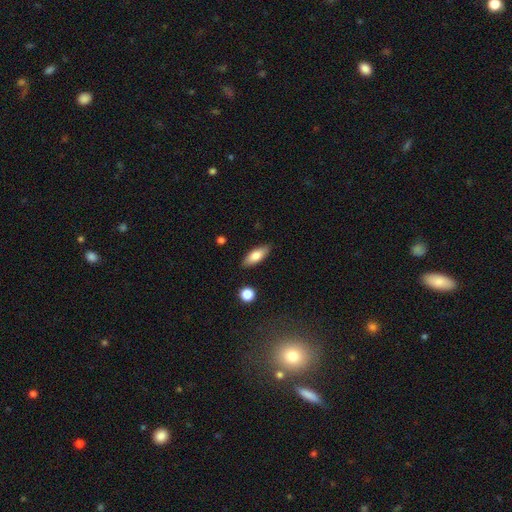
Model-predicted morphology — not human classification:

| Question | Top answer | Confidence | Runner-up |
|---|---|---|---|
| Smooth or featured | smooth | 77% | featured or disk (16%) |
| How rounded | in between | 73% | cigar-shaped (25%) |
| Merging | none | 86% | minor disturbance (10%) |